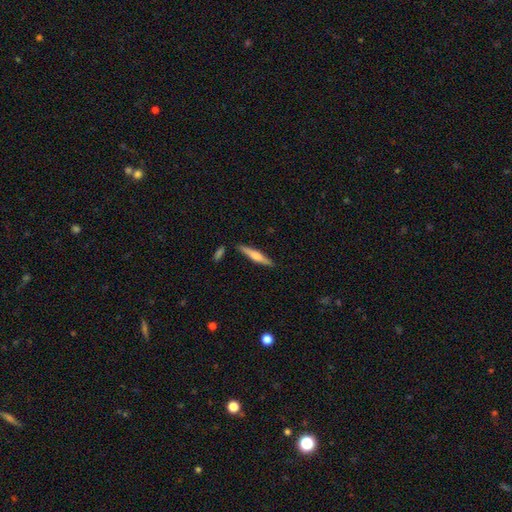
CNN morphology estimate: Q: Smooth or featured?
A: smooth (48%); runner-up: featured or disk (46%)
Q: Merging?
A: none (85%); runner-up: minor disturbance (9%)